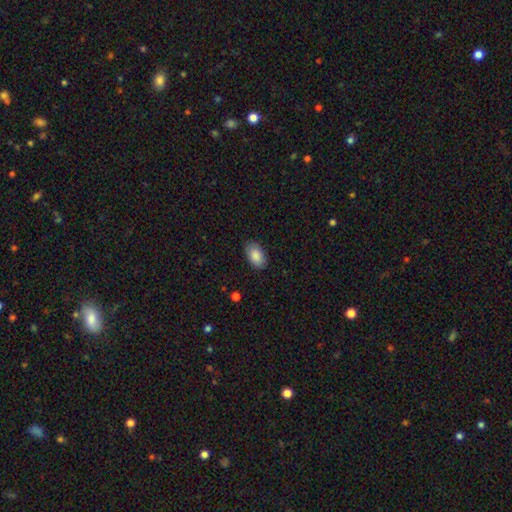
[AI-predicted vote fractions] The model was most divided on "merging": none: 84%, minor disturbance: 12%, major disturbance: 3%, merger: 1%. More confident: how rounded — in between (93%); smooth or featured — smooth (87%).